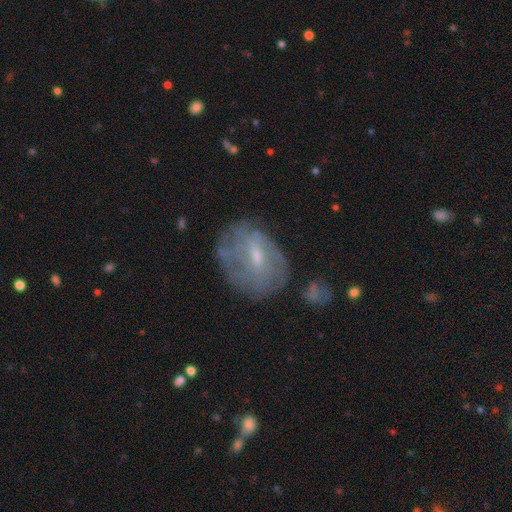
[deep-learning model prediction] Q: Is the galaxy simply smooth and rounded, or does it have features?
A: featured or disk — 63%.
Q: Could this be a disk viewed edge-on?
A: no — 95%.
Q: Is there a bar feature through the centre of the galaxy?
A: weak — 58%.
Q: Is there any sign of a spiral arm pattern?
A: yes — 61%.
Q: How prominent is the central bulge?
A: small — 53%.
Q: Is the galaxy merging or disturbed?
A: none — 63%.